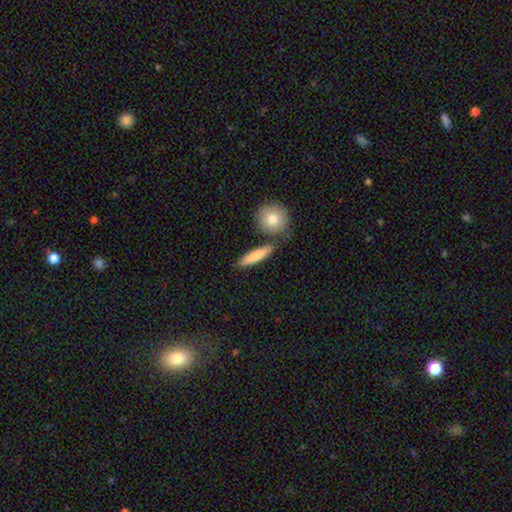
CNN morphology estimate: This is likely a smooth galaxy (79%). How rounded: likely cigar-shaped (73%). Merging: likely none (78%).